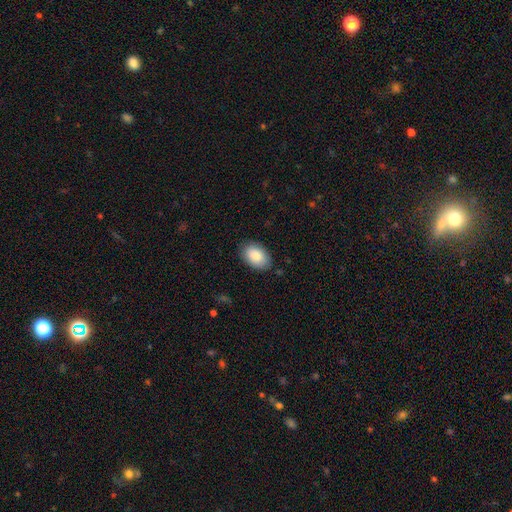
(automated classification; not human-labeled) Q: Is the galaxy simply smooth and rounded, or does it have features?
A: smooth — 86%.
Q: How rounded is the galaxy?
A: in between — 90%.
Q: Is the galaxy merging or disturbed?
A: none — 84%.